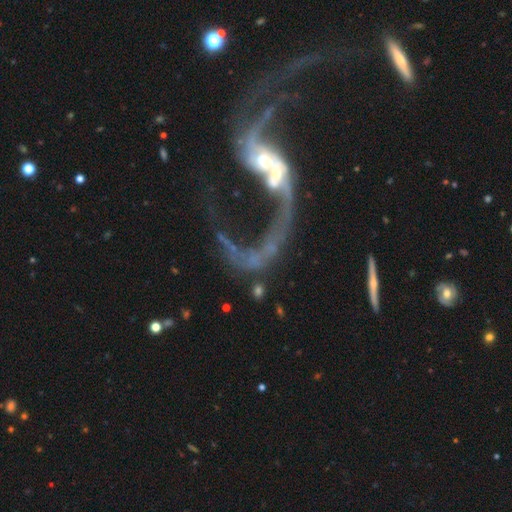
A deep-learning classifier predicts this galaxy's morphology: Smooth or featured? Predicted: featured or disk (p=0.84). Edge-on disk? Predicted: no (p=0.95). Bar? Predicted: no (p=0.43). Spiral arms? Predicted: yes (p=0.88). Spiral winding? Predicted: loose (p=0.88). Spiral arm count? Predicted: 2 (p=0.83). Bulge size? Predicted: small (p=0.47). Merging? Predicted: merger (p=0.34).